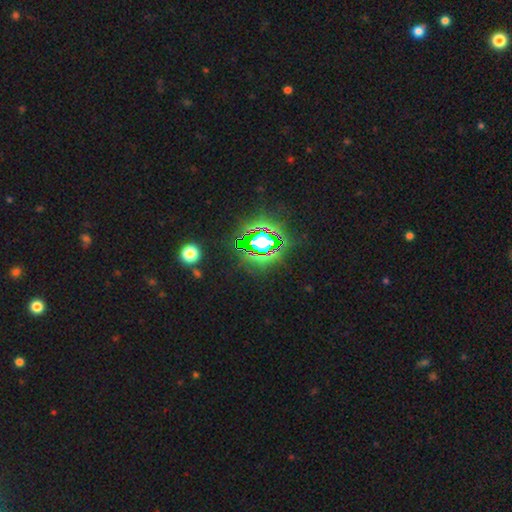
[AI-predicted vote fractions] Smooth or featured? Predicted: star or artifact (p=0.83).